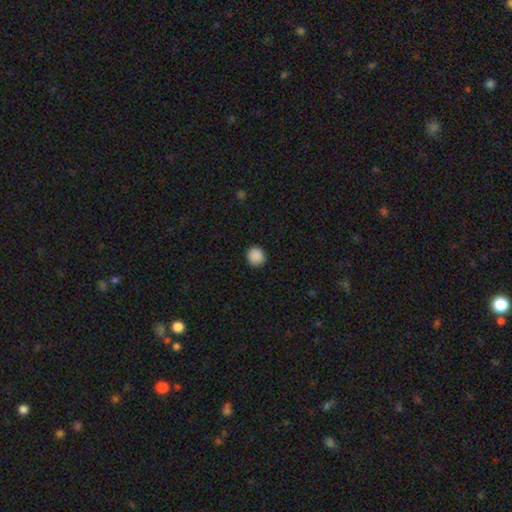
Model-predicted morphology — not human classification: smooth-or-featured: smooth: 89% | star or artifact: 9% | featured or disk: 2%
  how-rounded: round: 91% | in between: 8% | cigar-shaped: 1%
  merging: none: 92% | minor disturbance: 6% | major disturbance: 2% | merger: 1%